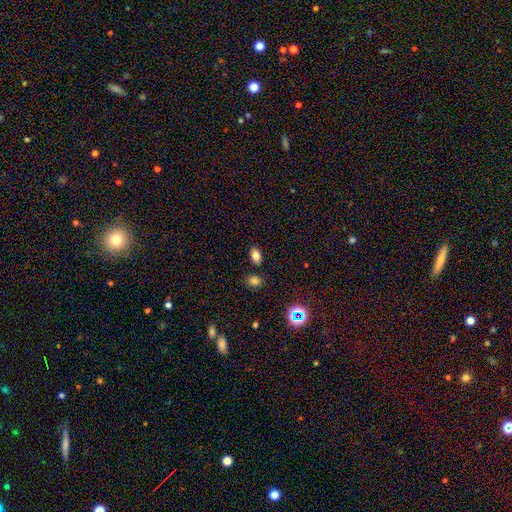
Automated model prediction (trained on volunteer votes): smooth 81%, star or artifact 13%, featured or disk 6%. Down the decision tree: how rounded — in between (85%); merging — none (82%).